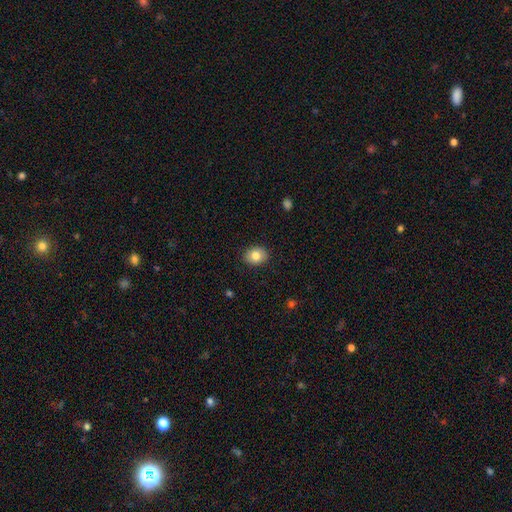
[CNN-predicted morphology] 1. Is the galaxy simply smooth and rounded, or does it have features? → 81% smooth, 11% featured or disk, 8% star or artifact.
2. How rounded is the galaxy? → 50% round, 49% in between, 1% cigar-shaped.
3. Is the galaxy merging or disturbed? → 89% none, 8% minor disturbance, 2% major disturbance, 1% merger.